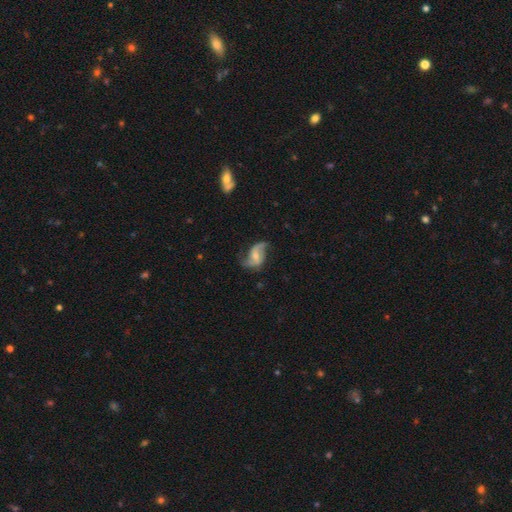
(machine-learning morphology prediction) smooth_or_featured: featured or disk (p=0.79) [alt: smooth p=0.14]
disk_edge_on: no (p=0.97) [alt: yes p=0.03]
bar: weak (p=0.44) [alt: no p=0.38]
has_spiral_arms: yes (p=0.93) [alt: no p=0.07]
spiral_winding: loose (p=0.65) [alt: medium p=0.28]
spiral_arm_count: 2 (p=0.88) [alt: 1 p=0.04]
bulge_size: moderate (p=0.46) [alt: small p=0.45]
merging: none (p=0.58) [alt: minor disturbance p=0.24]